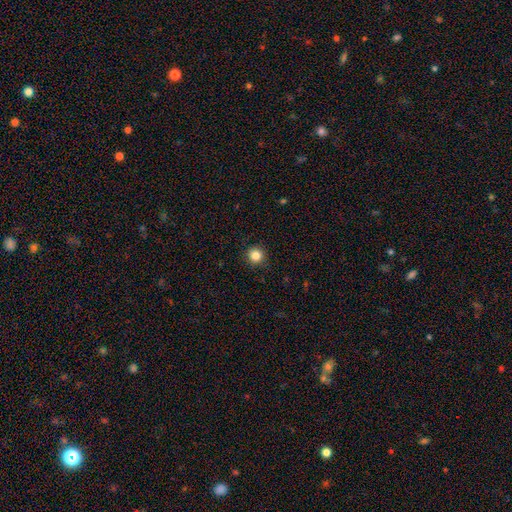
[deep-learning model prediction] Smooth or featured? smooth (84%)
How rounded? round (95%)
Merging? none (92%)